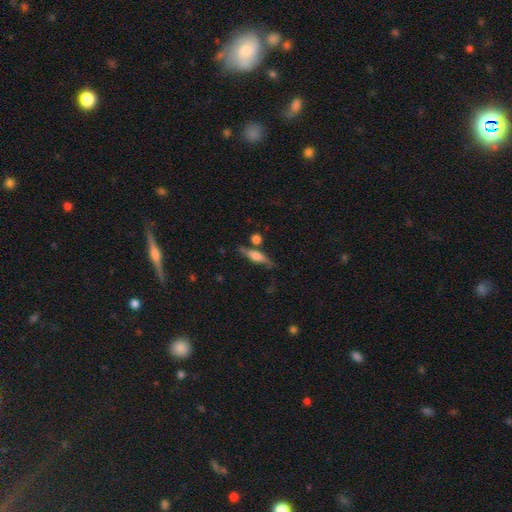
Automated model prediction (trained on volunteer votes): Q: Smooth or featured?
A: featured or disk (47%); runner-up: smooth (45%)
Q: Merging?
A: none (66%); runner-up: minor disturbance (18%)